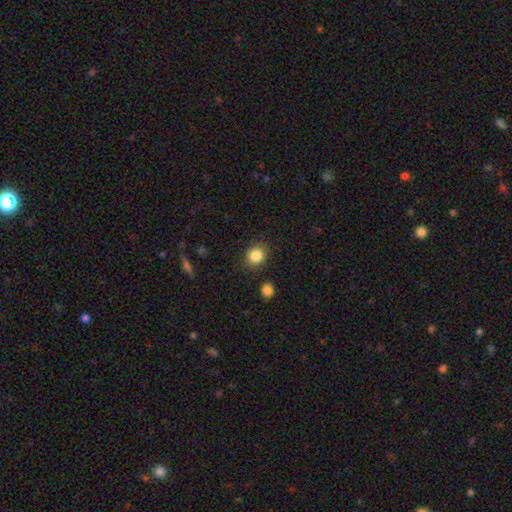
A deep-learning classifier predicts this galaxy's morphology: Smooth or featured? Predicted: smooth (p=0.86). How rounded? Predicted: round (p=0.73). Merging? Predicted: none (p=0.86).